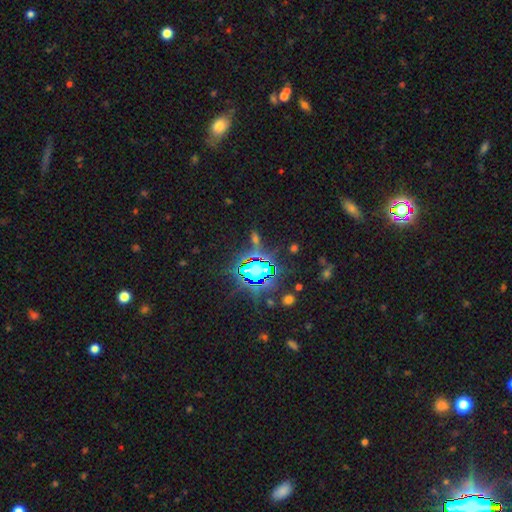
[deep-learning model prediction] Smooth or featured: star or artifact — 78% (smooth — 13%)